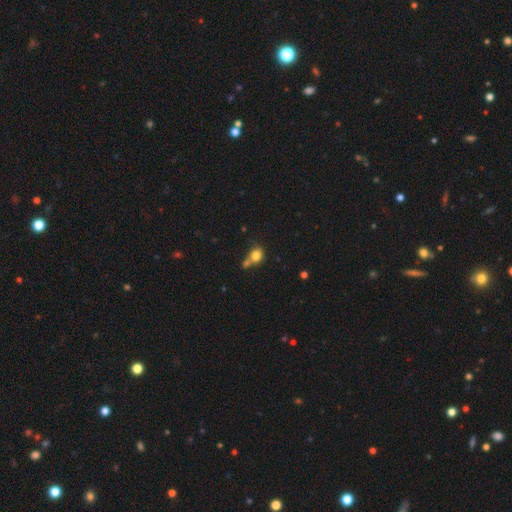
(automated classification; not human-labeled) This appears to be a smooth galaxy with no disk features (80%) that is round (69%). Merging: none (43%).